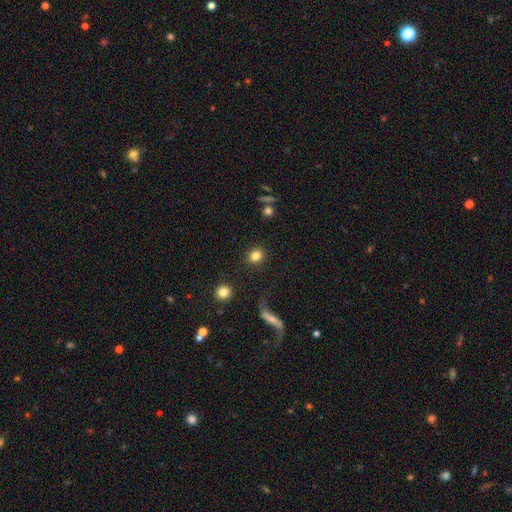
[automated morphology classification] A smooth galaxy with no disk features (82%) that is round (83%). Merging: none (89%).